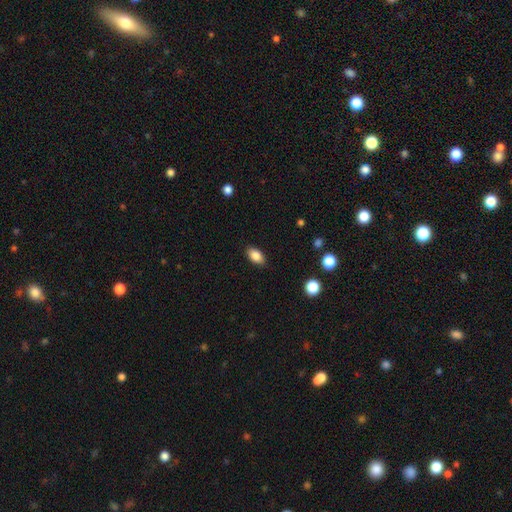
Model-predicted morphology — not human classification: Smooth or featured? Predicted: smooth (p=0.86). How rounded? Predicted: in between (p=0.90). Merging? Predicted: none (p=0.87).